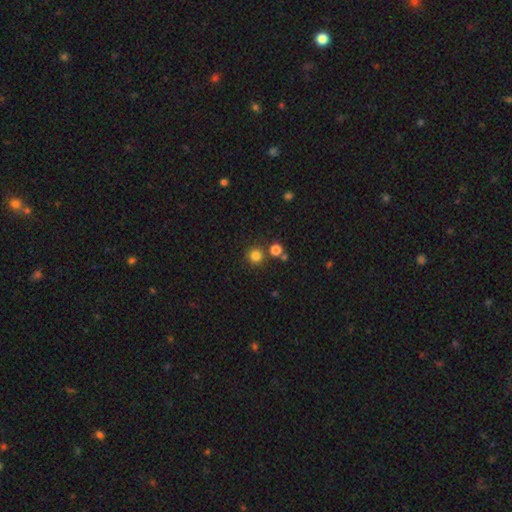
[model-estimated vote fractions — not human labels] Smooth or featured? Predicted: smooth (p=0.81). How rounded? Predicted: round (p=0.94). Merging? Predicted: none (p=0.80).